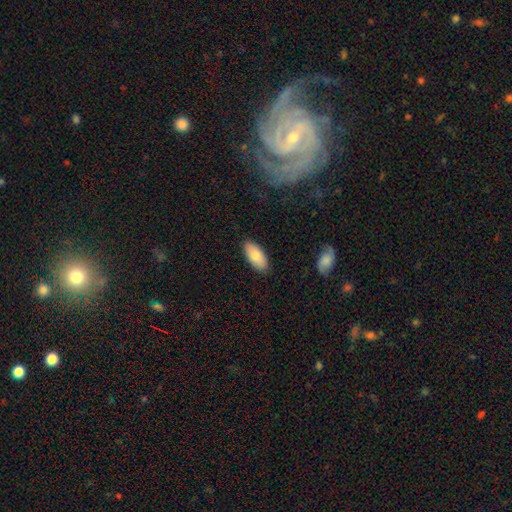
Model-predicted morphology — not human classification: This is clearly a smooth galaxy (81%). How rounded: clearly in between (92%). Merging: clearly none (87%).